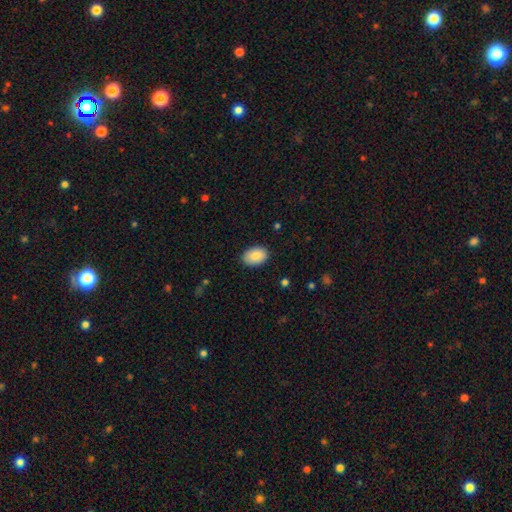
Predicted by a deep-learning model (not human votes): Overall: smooth (81%). How rounded: in between (83%). Merging: none (86%).